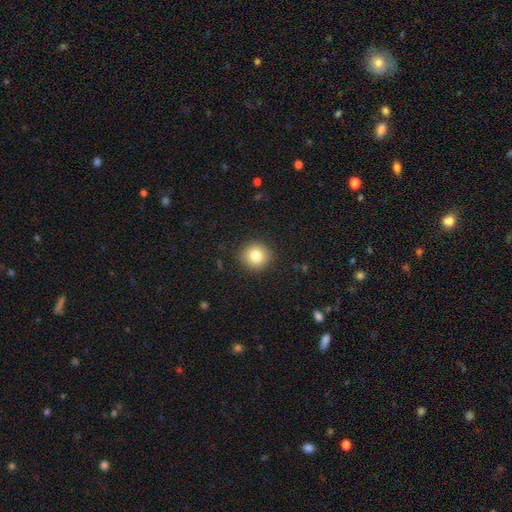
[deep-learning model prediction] Overall: smooth (80%). How rounded: round (91%). Merging: none (90%).